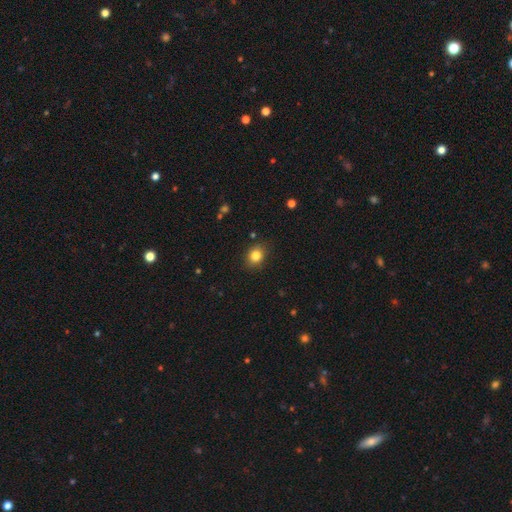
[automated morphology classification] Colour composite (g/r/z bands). It shows a smooth galaxy with no disk features (84%) that is round (61%). Merging: none (85%).